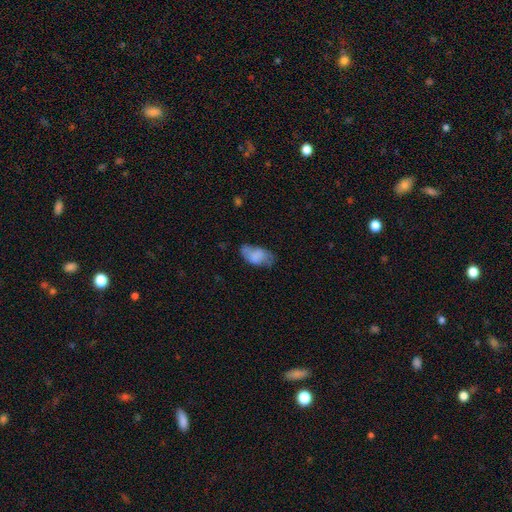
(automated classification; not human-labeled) Morphology: type=smooth (73%); roundness=in between (94%); merging=none (52%).